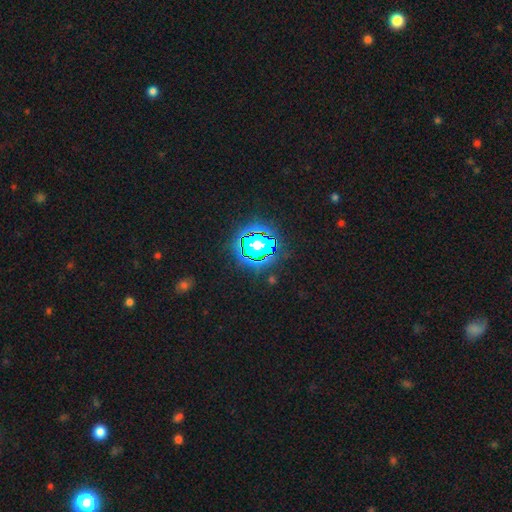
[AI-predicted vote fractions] smooth-or-featured: star or artifact: 82% | smooth: 11% | featured or disk: 7%